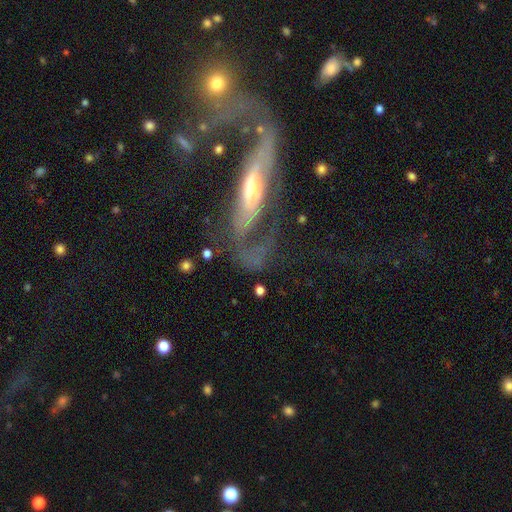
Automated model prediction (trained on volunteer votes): Morphology: type=featured or disk (66%); edge-on=no (70%); merging=none (39%).